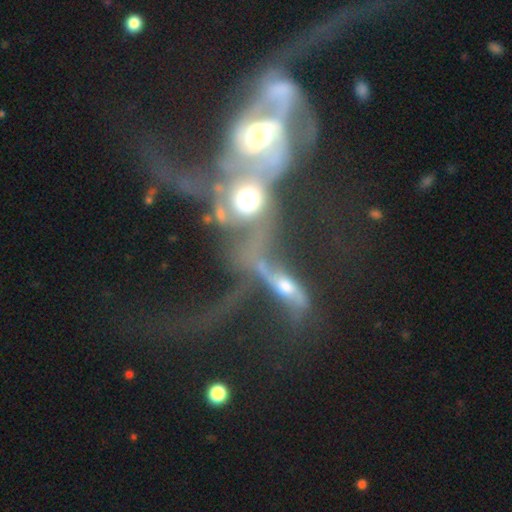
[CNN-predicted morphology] type=featured or disk (66%); edge-on=no (80%); bar=no (65%); spiral arms=yes (63%); bulge=moderate (47%); merging=merger (81%).